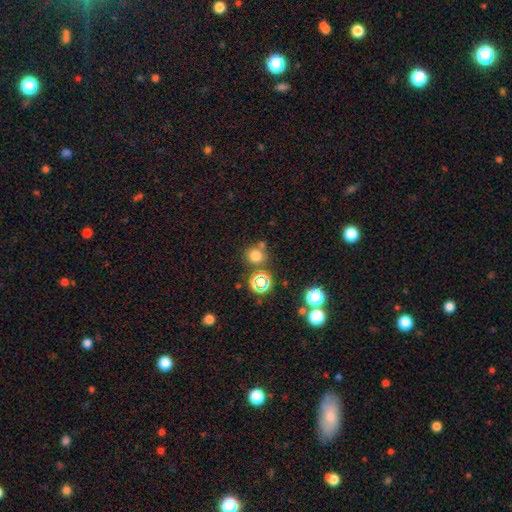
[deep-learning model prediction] Smooth or featured? Predicted: smooth (p=0.72). How rounded? Predicted: round (p=0.88). Merging? Predicted: none (p=0.70).